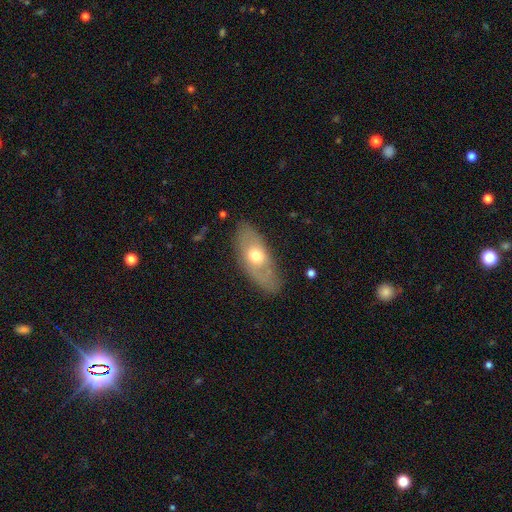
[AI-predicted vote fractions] smooth 50%, featured or disk 44%, star or artifact 6%. Down the decision tree: how rounded — in between (81%); merging — none (78%).